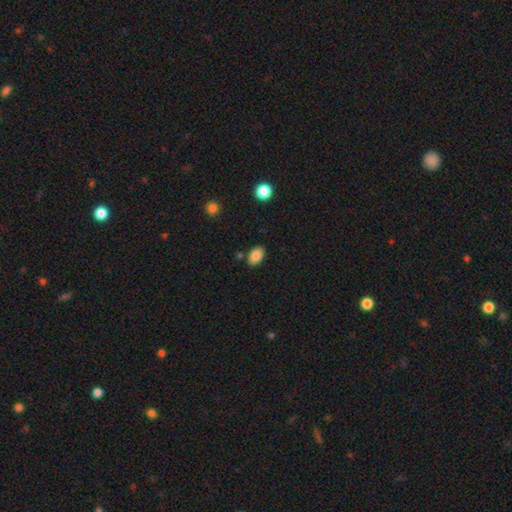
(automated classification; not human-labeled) Q: Smooth or featured?
A: smooth (86%); runner-up: star or artifact (8%)
Q: How rounded?
A: in between (88%); runner-up: round (11%)
Q: Merging?
A: none (81%); runner-up: minor disturbance (12%)